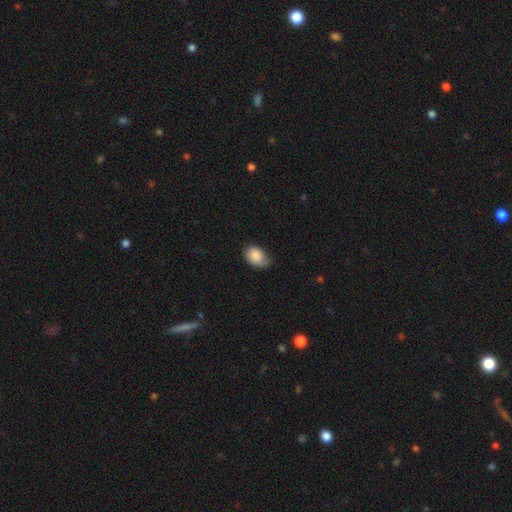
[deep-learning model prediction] smooth 83%, featured or disk 11%, star or artifact 7%. Down the decision tree: how rounded — in between (79%); merging — none (49%).